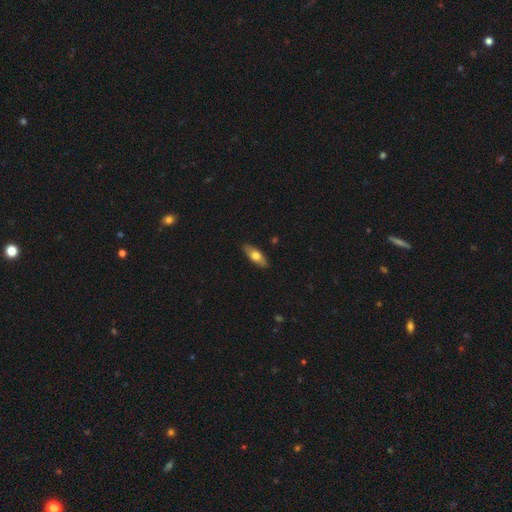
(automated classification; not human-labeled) Overall: smooth (64%; featured or disk 31%). How rounded: in between (70%). Merging: none (89%).